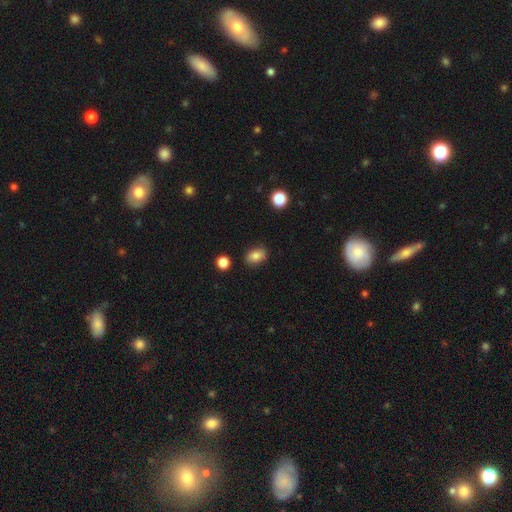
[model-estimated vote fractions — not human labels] The model was most divided on "how rounded": in between: 80%, round: 19%, cigar-shaped: 2%. More confident: merging — none (84%); smooth or featured — smooth (83%).